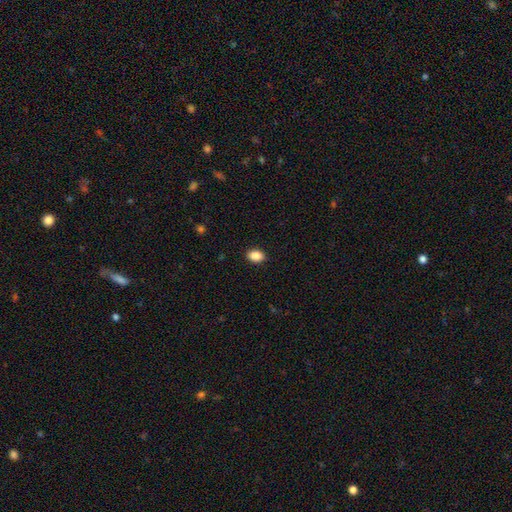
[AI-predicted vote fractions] Overall: smooth (88%). How rounded: in between (77%). Merging: none (90%).